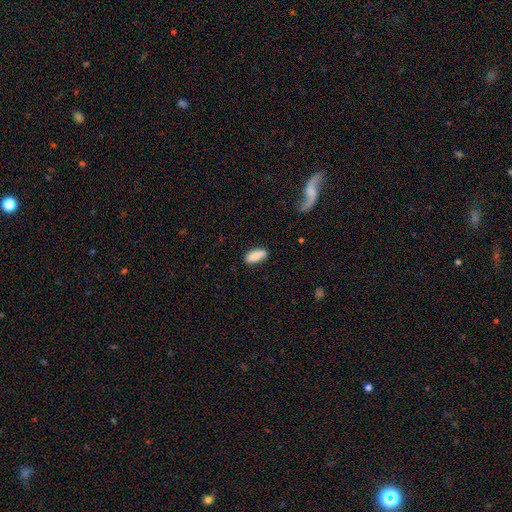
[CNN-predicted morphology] smooth 83%, featured or disk 11%, star or artifact 7%. Down the decision tree: how rounded — in between (89%); merging — none (70%).